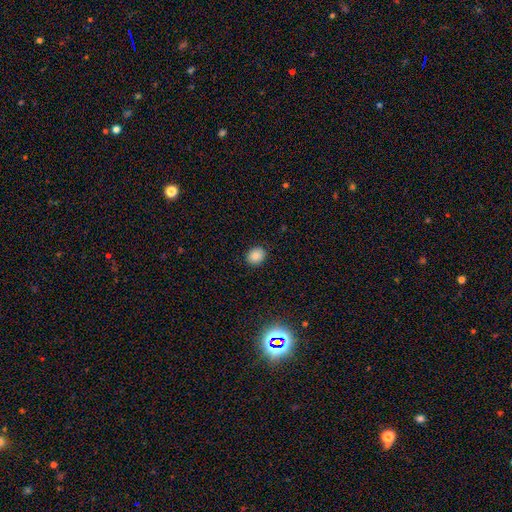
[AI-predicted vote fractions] smooth_or_featured: smooth (p=0.86) [alt: star or artifact p=0.10]
how_rounded: round (p=0.56) [alt: in between p=0.44]
merging: none (p=0.89) [alt: minor disturbance p=0.08]